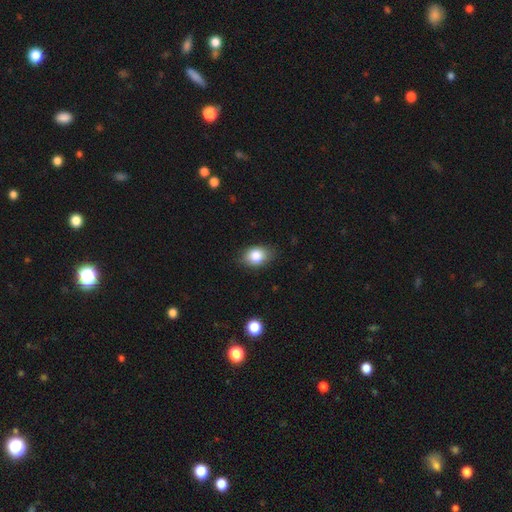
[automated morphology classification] Smooth or featured? Predicted: smooth (p=0.82). How rounded? Predicted: in between (p=0.76). Merging? Predicted: none (p=0.81).